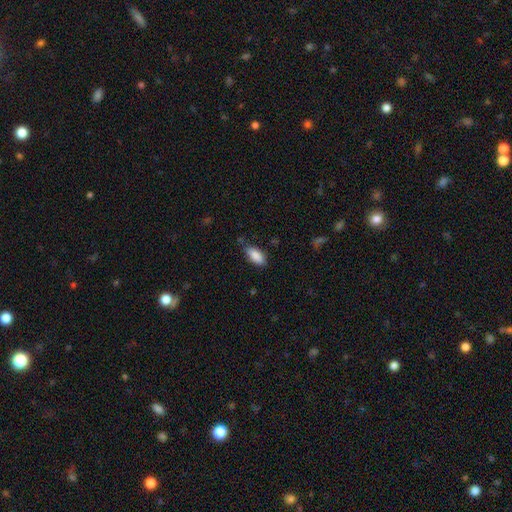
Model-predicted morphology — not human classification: type=smooth (88%); roundness=in between (88%); merging=none (74%).